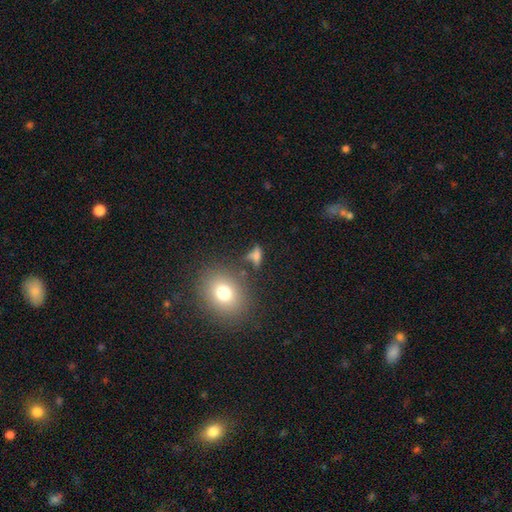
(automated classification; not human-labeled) Smooth or featured: smooth — 62% (featured or disk — 20%)
How rounded: in between — 57% (round — 24%)
Merging: none — 51% (merger — 18%)